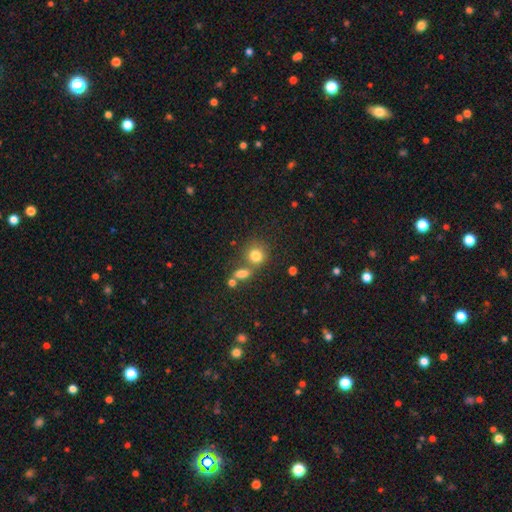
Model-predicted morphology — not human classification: Q: Smooth or featured?
A: smooth (80%); runner-up: star or artifact (12%)
Q: How rounded?
A: round (75%); runner-up: in between (23%)
Q: Merging?
A: none (53%); runner-up: merger (29%)